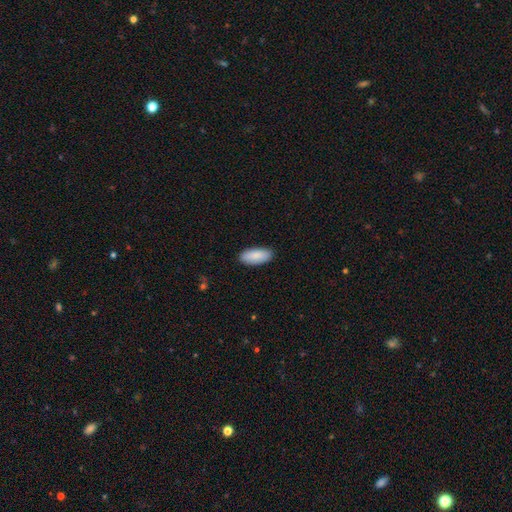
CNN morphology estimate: Overall: smooth (89%). How rounded: in between (86%). Merging: none (89%).